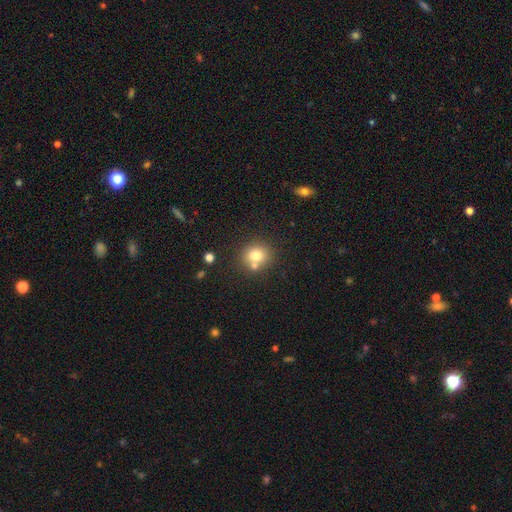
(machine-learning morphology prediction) Smooth or featured?
  - smooth: 75% *
  - featured or disk: 12%
  - star or artifact: 12%
How rounded?
  - round: 79% *
  - in between: 20%
  - cigar-shaped: 1%
Merging?
  - none: 62% *
  - merger: 24%
  - minor disturbance: 11%
  - major disturbance: 3%